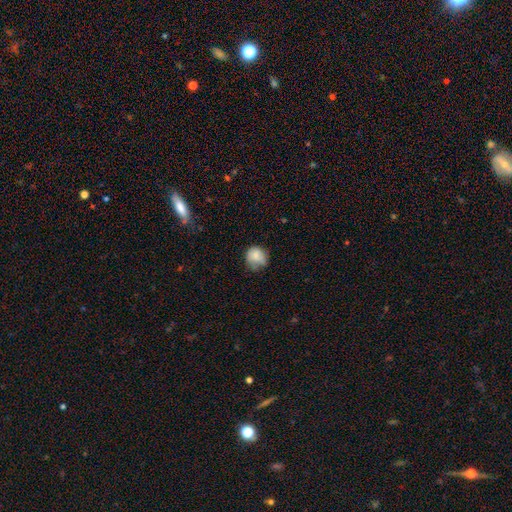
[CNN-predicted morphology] Overall: smooth (77%). How rounded: round (80%). Merging: none (53%; minor disturbance 32%).